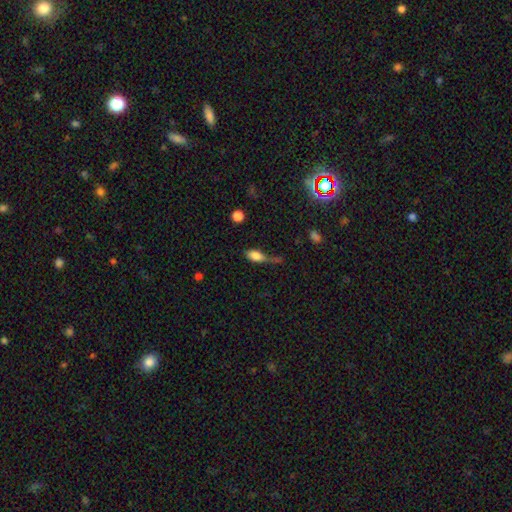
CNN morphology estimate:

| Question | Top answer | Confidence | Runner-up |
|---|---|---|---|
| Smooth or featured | smooth | 76% | featured or disk (14%) |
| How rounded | in between | 81% | cigar-shaped (11%) |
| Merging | major disturbance | 32% | none (29%) |